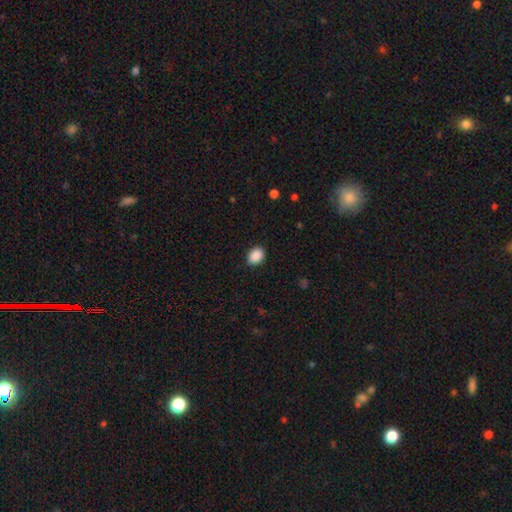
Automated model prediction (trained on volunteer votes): The model was most divided on "how rounded": in between: 73%, round: 26%, cigar-shaped: 1%. More confident: smooth or featured — smooth (90%); merging — none (89%).